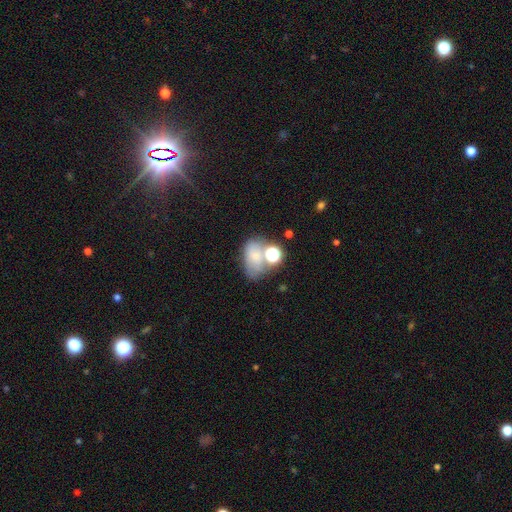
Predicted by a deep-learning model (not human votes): smooth 63%, featured or disk 19%, star or artifact 18%. Down the decision tree: how rounded — in between (73%); merging — none (36%).